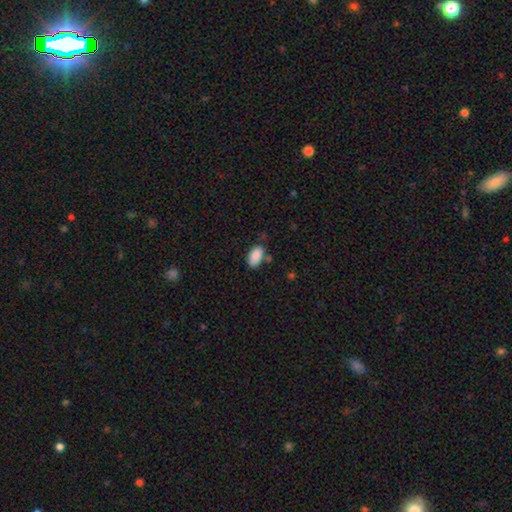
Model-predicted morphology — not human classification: Smooth or featured: smooth — 89% (star or artifact — 7%)
How rounded: in between — 94% (round — 4%)
Merging: none — 71% (minor disturbance — 19%)